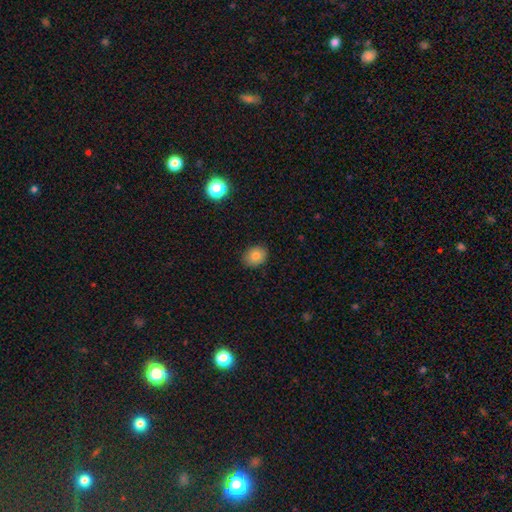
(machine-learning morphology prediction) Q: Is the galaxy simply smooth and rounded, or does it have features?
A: smooth — 81%.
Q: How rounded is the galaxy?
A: in between — 51%.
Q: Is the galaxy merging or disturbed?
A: none — 87%.